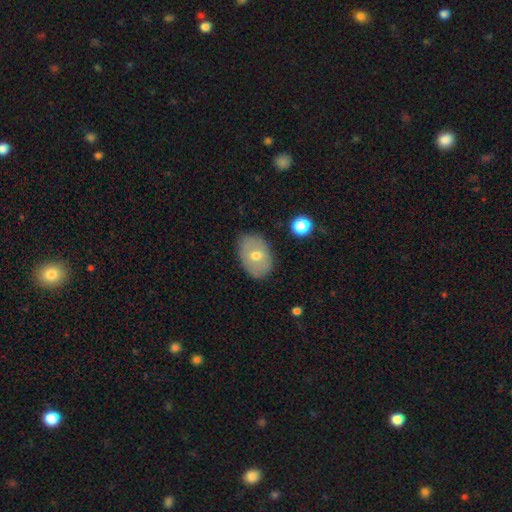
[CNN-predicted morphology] smooth 55%, featured or disk 37%, star or artifact 8%. Down the decision tree: how rounded — in between (77%); merging — none (82%).